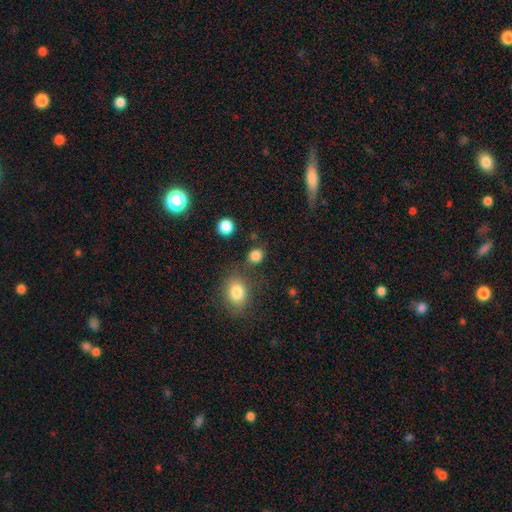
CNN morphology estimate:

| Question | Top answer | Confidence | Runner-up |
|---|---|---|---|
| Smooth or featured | smooth | 83% | star or artifact (13%) |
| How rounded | round | 75% | in between (24%) |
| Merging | none | 75% | minor disturbance (11%) |